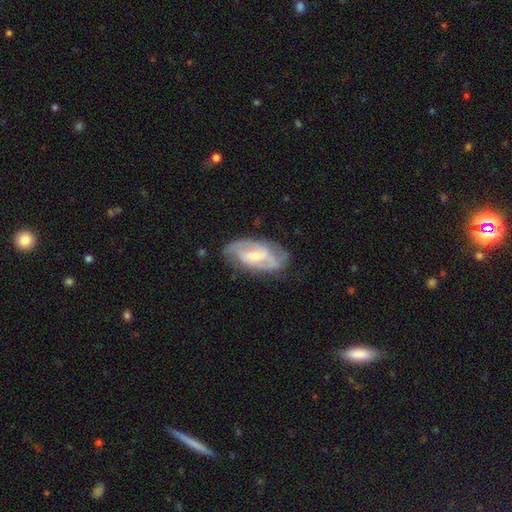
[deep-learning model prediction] Smooth or featured? Predicted: featured or disk (p=0.79). Edge-on disk? Predicted: no (p=0.94). Bar? Predicted: weak (p=0.43). Spiral arms? Predicted: yes (p=0.87). Spiral winding? Predicted: medium (p=0.44). Spiral arm count? Predicted: 2 (p=0.69). Bulge size? Predicted: small (p=0.49). Merging? Predicted: none (p=0.72).